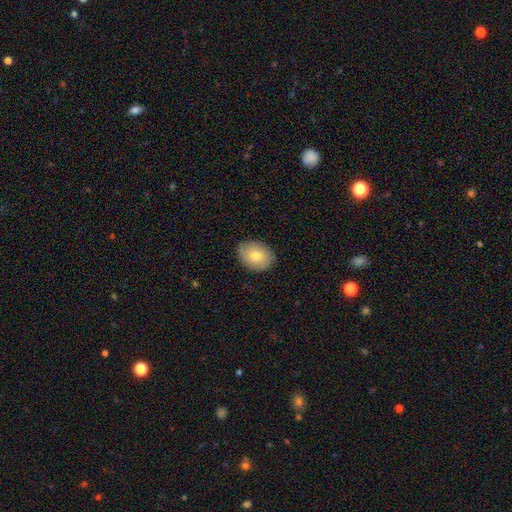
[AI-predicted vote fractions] Smooth or featured?
  - smooth: 76% *
  - featured or disk: 17%
  - star or artifact: 7%
How rounded?
  - in between: 73% *
  - round: 26%
  - cigar-shaped: 1%
Merging?
  - none: 86% *
  - minor disturbance: 11%
  - major disturbance: 2%
  - merger: 1%